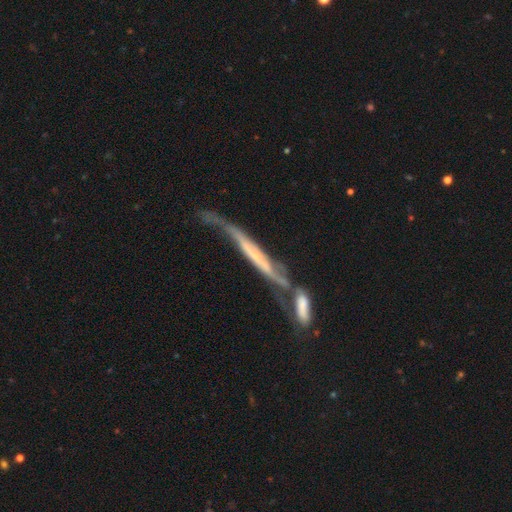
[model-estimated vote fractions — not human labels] smooth_or_featured: featured or disk (p=0.72) [alt: smooth p=0.21]
disk_edge_on: yes (p=0.65) [alt: no p=0.35]
merging: merger (p=0.45) [alt: none p=0.24]